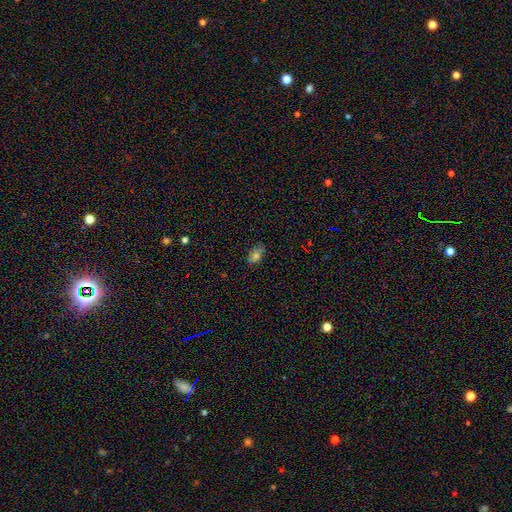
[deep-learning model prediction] Morphology: type=smooth (74%); roundness=in between (89%); merging=none (74%).